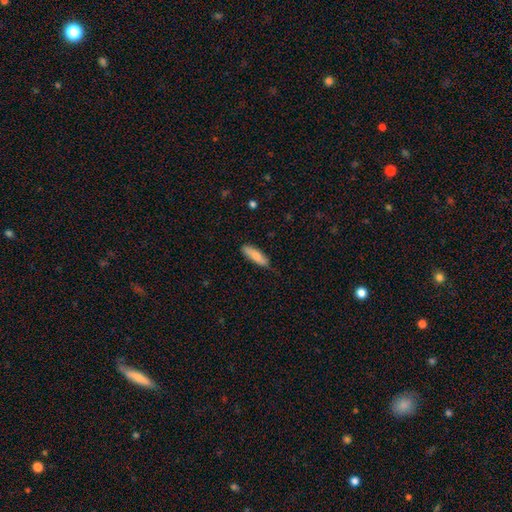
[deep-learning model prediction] Smooth or featured? Predicted: smooth (p=0.81). How rounded? Predicted: cigar-shaped (p=0.60). Merging? Predicted: none (p=0.78).